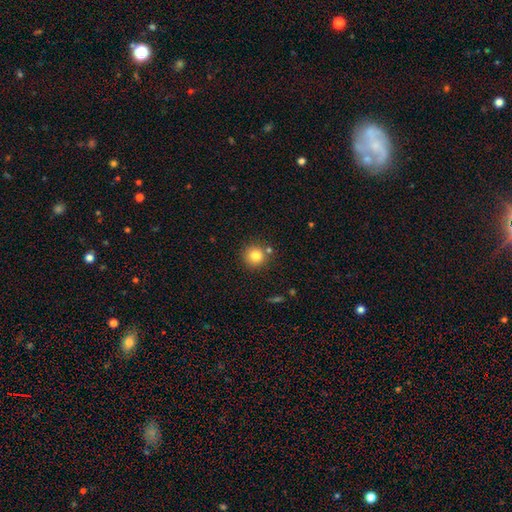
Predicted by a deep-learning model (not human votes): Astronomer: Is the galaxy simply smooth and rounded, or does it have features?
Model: smooth — 82%.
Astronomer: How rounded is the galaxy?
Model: round — 93%.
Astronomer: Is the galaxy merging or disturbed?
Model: none — 78%.